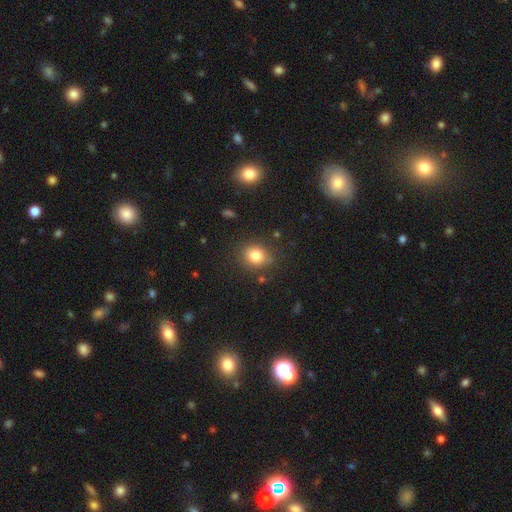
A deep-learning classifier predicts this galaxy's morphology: The model was most divided on "how rounded": round: 70%, in between: 29%, cigar-shaped: 1%. More confident: merging — none (82%); smooth or featured — smooth (80%).